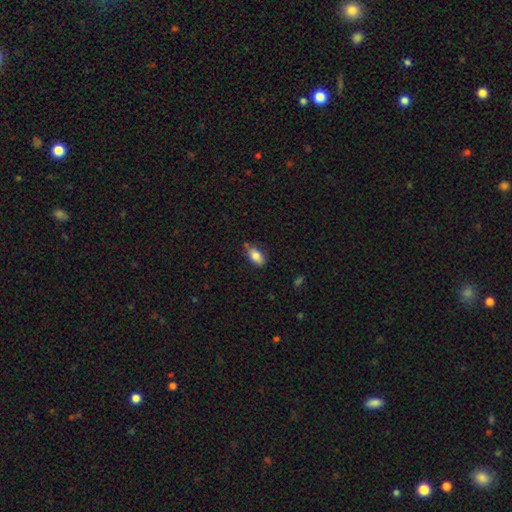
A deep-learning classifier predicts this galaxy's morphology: Smooth or featured? Predicted: smooth (p=0.81). How rounded? Predicted: in between (p=0.89). Merging? Predicted: none (p=0.72).